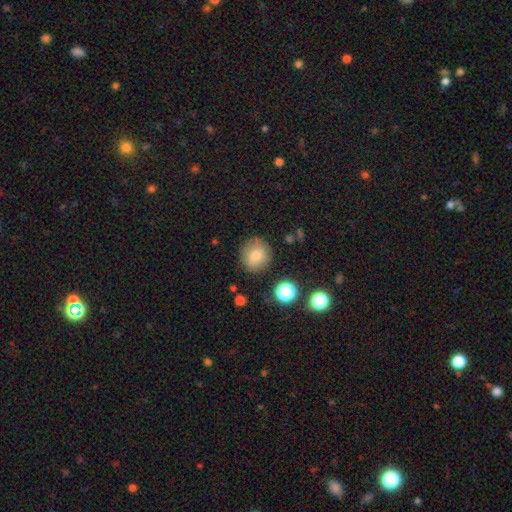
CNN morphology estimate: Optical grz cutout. It shows a smooth galaxy with no disk features (78%) that is round (88%). Merging: none (84%).